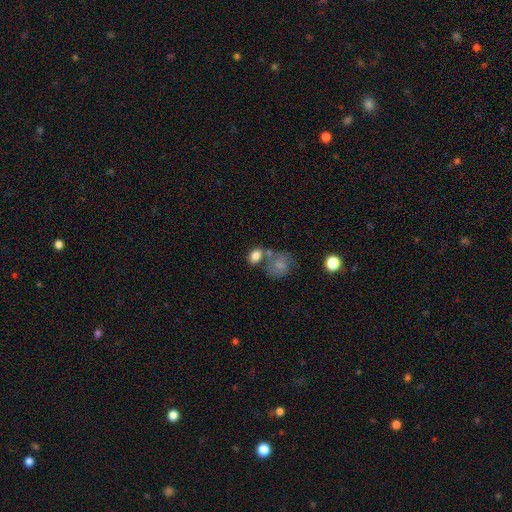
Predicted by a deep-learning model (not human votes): Smooth or featured?
  - smooth: 80% *
  - featured or disk: 11%
  - star or artifact: 9%
How rounded?
  - in between: 73% *
  - round: 25%
  - cigar-shaped: 2%
Merging?
  - none: 46% *
  - merger: 31%
  - minor disturbance: 15%
  - major disturbance: 8%